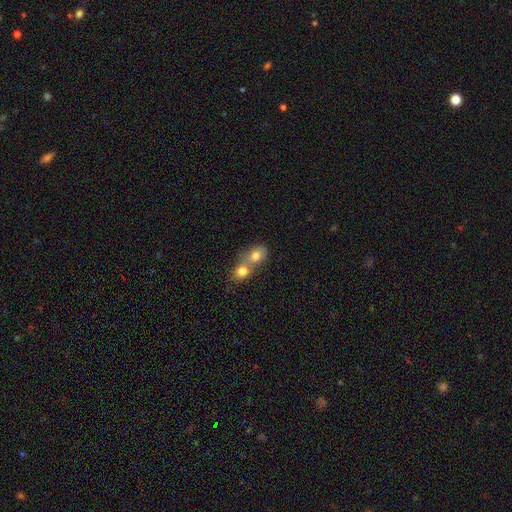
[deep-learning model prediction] Smooth or featured? smooth (78%)
How rounded? round (51%)
Merging? merger (69%)